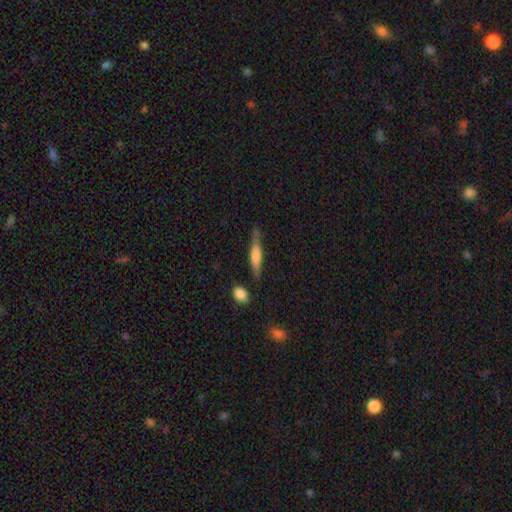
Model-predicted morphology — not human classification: smooth_or_featured: smooth (p=0.55) [alt: featured or disk p=0.38]
how_rounded: cigar-shaped (p=0.83) [alt: in between p=0.15]
merging: none (p=0.74) [alt: minor disturbance p=0.17]